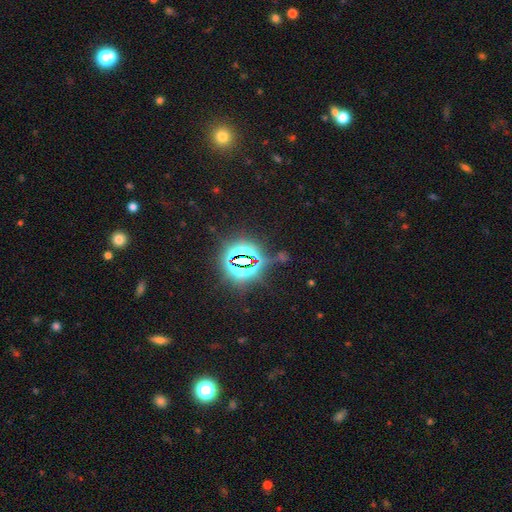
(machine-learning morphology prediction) smooth_or_featured: star or artifact (p=0.79) [alt: smooth p=0.13]